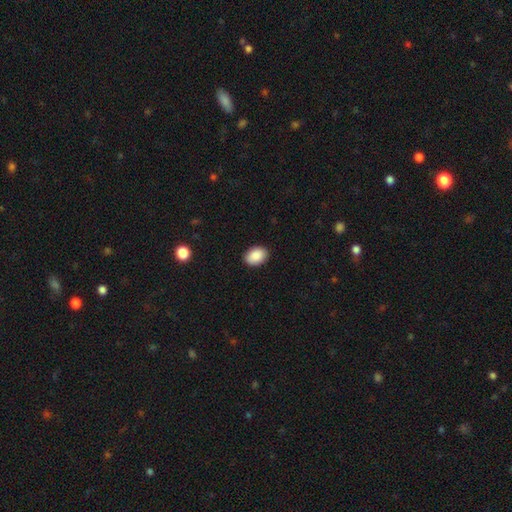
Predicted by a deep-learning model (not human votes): A smooth galaxy with no disk features (90%) that is in between round and cigar-shaped (82%).

Vote fractions:
- Smooth or featured? smooth: 90% / star or artifact: 7% / featured or disk: 3%
- How rounded? in between: 82% / round: 17% / cigar-shaped: 1%
- Merging? none: 90% / minor disturbance: 7% / major disturbance: 2% / merger: 1%